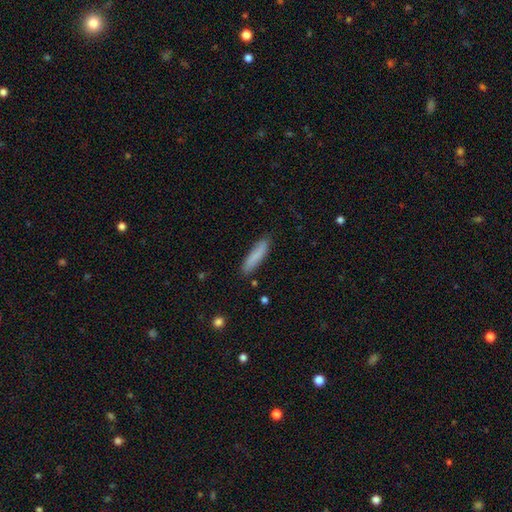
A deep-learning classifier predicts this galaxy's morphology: smooth-or-featured: smooth: 83% | featured or disk: 11% | star or artifact: 6%
  how-rounded: cigar-shaped: 81% | in between: 18% | round: 1%
  merging: none: 86% | minor disturbance: 10% | major disturbance: 2% | merger: 1%